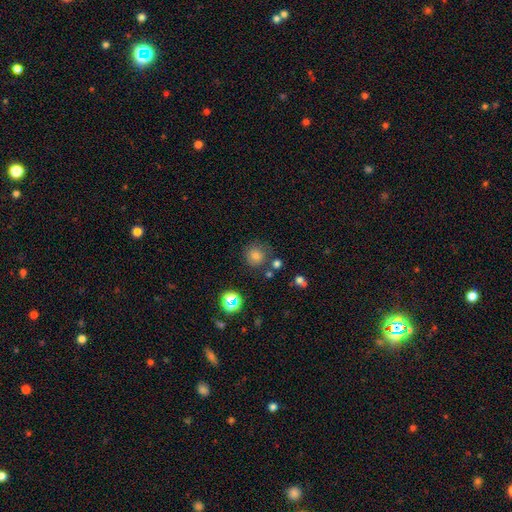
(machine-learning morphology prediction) This appears to be a smooth galaxy with no disk features (73%) that is round (92%). Merging: none (77%).